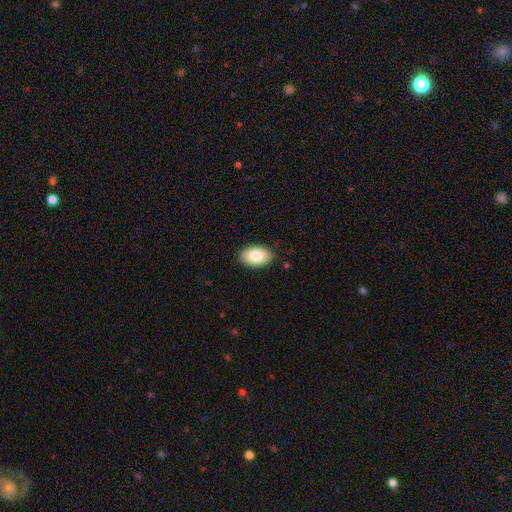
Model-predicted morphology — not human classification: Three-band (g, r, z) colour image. It shows a smooth galaxy with no disk features (85%) that is in between round and cigar-shaped (93%). Merging: none (88%).